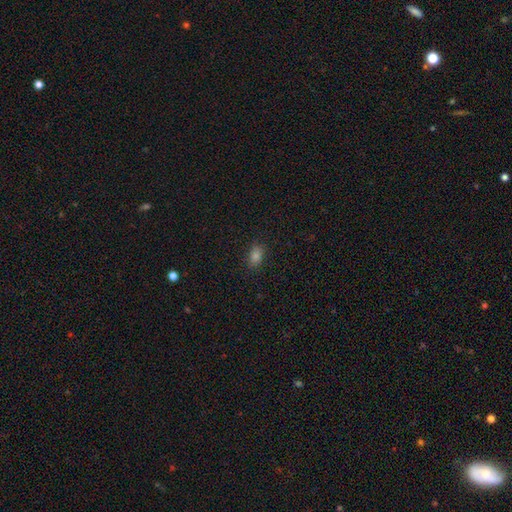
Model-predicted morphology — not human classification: smooth_or_featured: smooth (p=0.79) [alt: star or artifact p=0.15]
how_rounded: in between (p=0.82) [alt: round p=0.16]
merging: none (p=0.87) [alt: minor disturbance p=0.09]